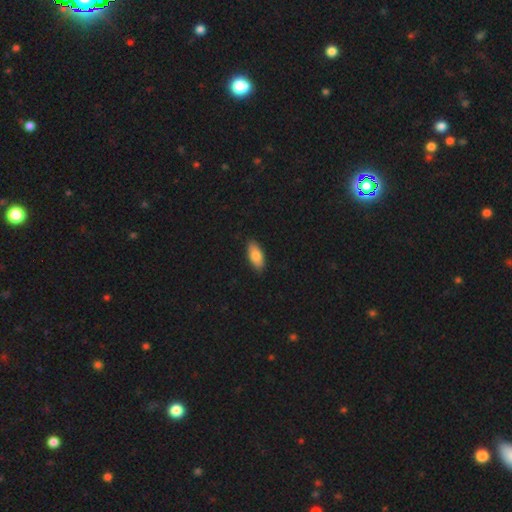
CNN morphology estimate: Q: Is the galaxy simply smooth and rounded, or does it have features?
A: smooth — 81%.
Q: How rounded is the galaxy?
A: in between — 85%.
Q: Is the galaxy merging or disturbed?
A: none — 88%.